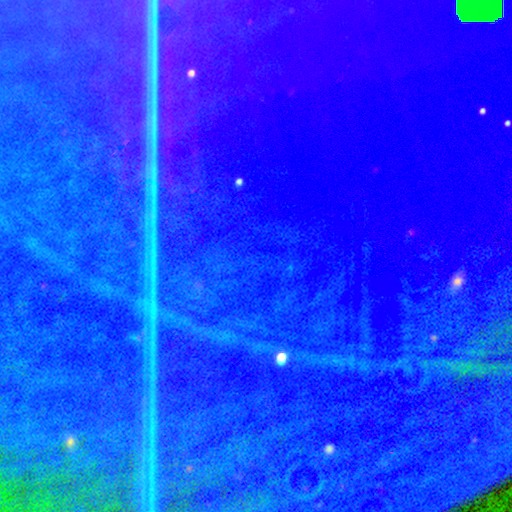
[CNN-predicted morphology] A star or artifact, not a galaxy (89%).